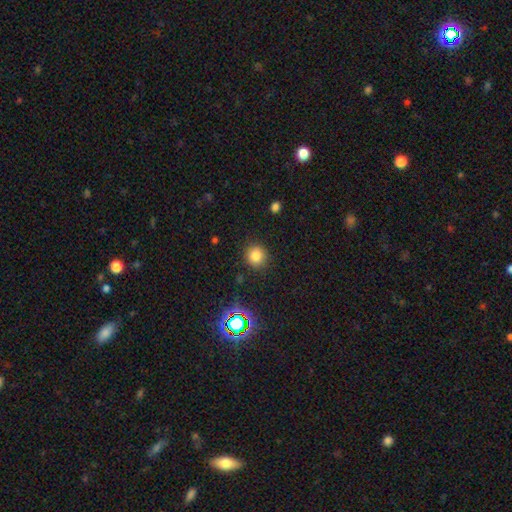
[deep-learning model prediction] Smooth or featured? smooth (79%)
How rounded? round (90%)
Merging? none (89%)